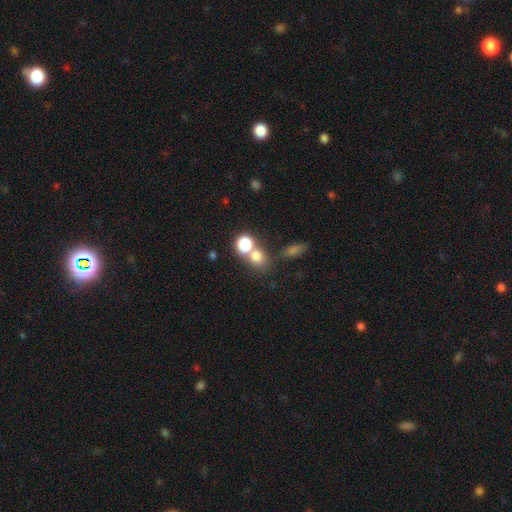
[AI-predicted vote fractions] This appears to be a smooth galaxy with no disk features (73%) that is round (73%). Merging: merger (45%).